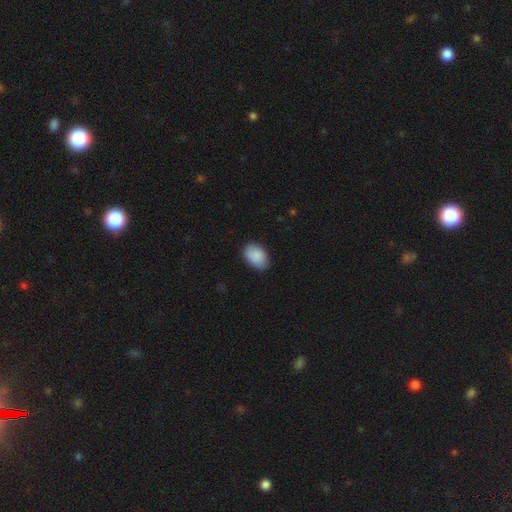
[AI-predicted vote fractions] Smooth or featured? smooth (90%)
How rounded? in between (88%)
Merging? none (84%)